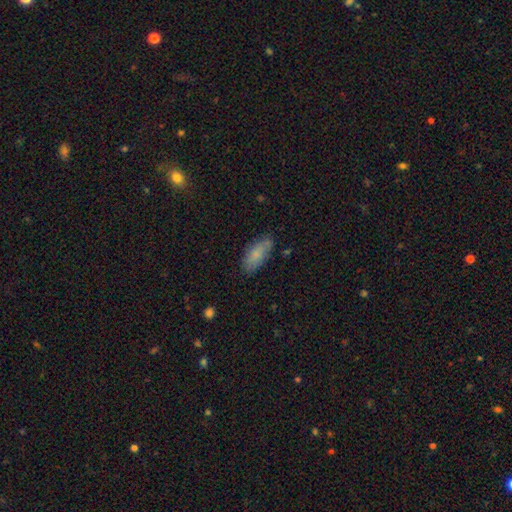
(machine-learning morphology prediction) type=smooth (81%); roundness=in between (85%); merging=none (74%).